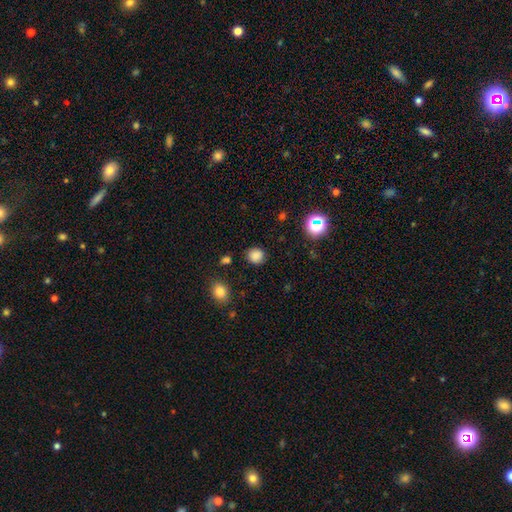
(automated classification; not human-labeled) Q: Smooth or featured?
A: smooth (83%); runner-up: star or artifact (13%)
Q: How rounded?
A: round (82%); runner-up: in between (17%)
Q: Merging?
A: none (84%); runner-up: minor disturbance (11%)